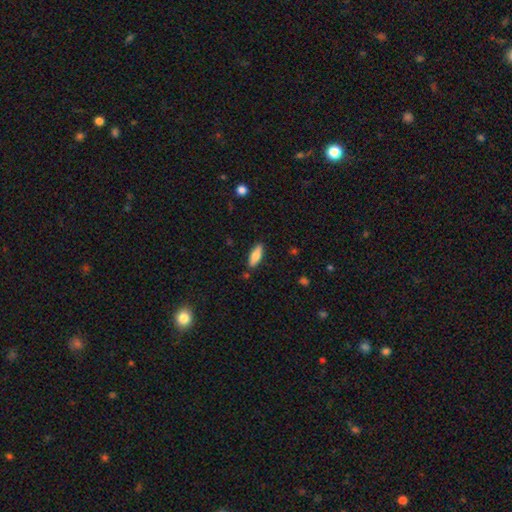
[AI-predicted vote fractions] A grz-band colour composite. It shows a smooth galaxy with no disk features (74%) that is in between round and cigar-shaped (62%). Merging: none (85%).